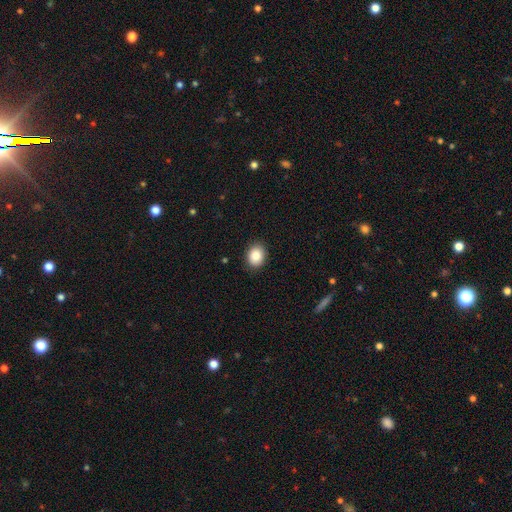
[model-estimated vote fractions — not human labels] A smooth galaxy with no disk features (87%) that is in between round and cigar-shaped (54%).

Vote fractions:
- Smooth or featured? smooth: 87% / star or artifact: 8% / featured or disk: 5%
- How rounded? in between: 54% / round: 45% / cigar-shaped: 1%
- Merging? none: 89% / minor disturbance: 8% / major disturbance: 2% / merger: 1%